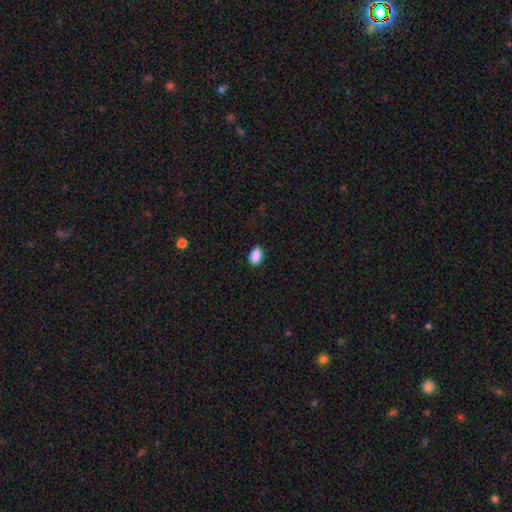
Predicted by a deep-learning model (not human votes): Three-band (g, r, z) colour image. It shows a smooth galaxy with no disk features (89%) that is in between round and cigar-shaped (83%). Merging: none (88%).